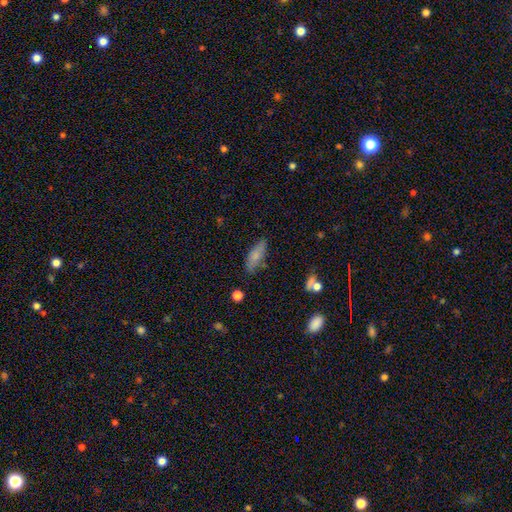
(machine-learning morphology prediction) Q: Smooth or featured?
A: smooth (74%); runner-up: featured or disk (18%)
Q: How rounded?
A: in between (68%); runner-up: cigar-shaped (29%)
Q: Merging?
A: none (74%); runner-up: minor disturbance (19%)